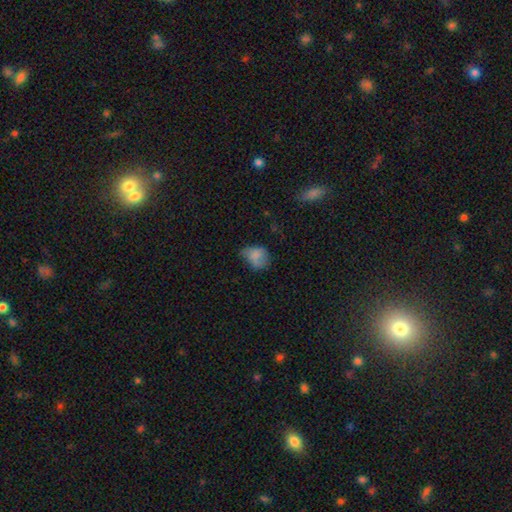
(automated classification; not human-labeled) smooth_or_featured: smooth (p=0.72) [alt: featured or disk p=0.17]
how_rounded: in between (p=0.59) [alt: round p=0.40]
merging: minor disturbance (p=0.38) [alt: none p=0.36]